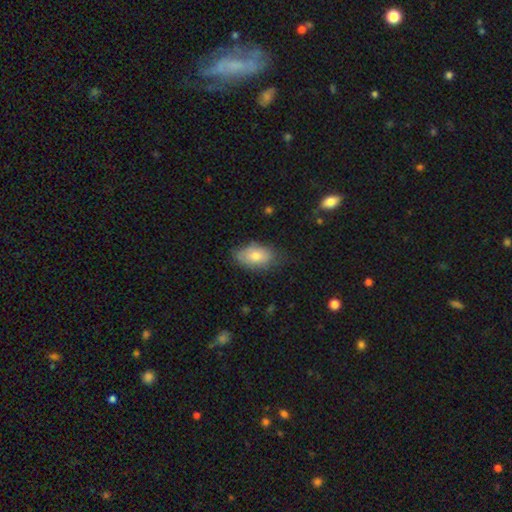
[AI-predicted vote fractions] Smooth or featured? smooth (77%)
How rounded? in between (91%)
Merging? none (66%)